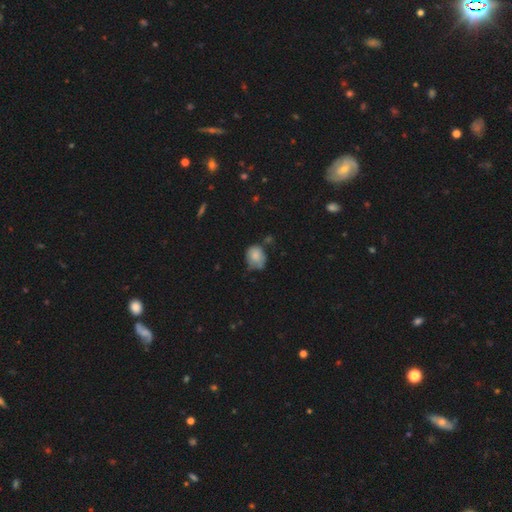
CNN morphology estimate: Smooth or featured: smooth — 78% (featured or disk — 13%)
How rounded: round — 56% (in between — 43%)
Merging: none — 43% (minor disturbance — 39%)